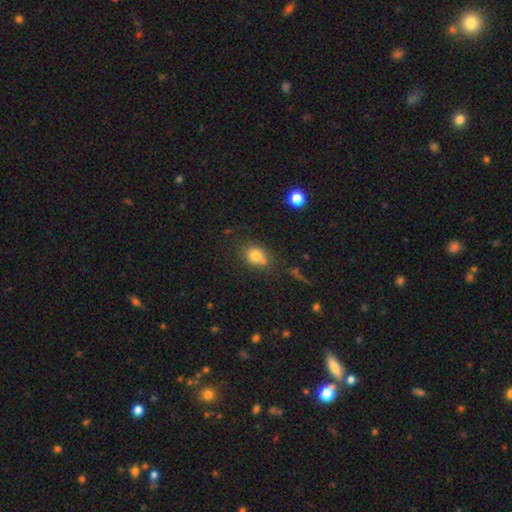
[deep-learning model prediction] Smooth or featured? Predicted: smooth (p=0.79). How rounded? Predicted: round (p=0.59). Merging? Predicted: none (p=0.61).